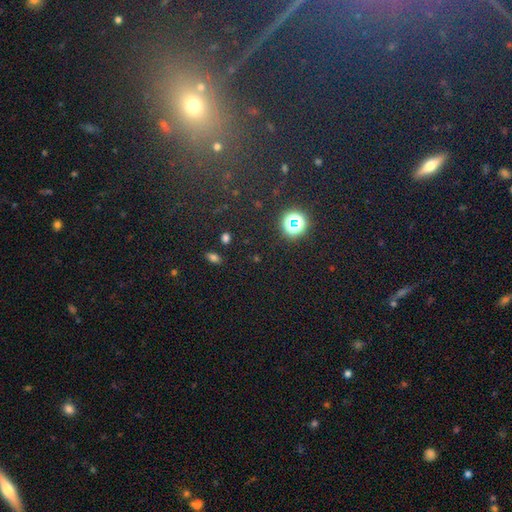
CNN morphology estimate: Smooth or featured? star or artifact (65%)